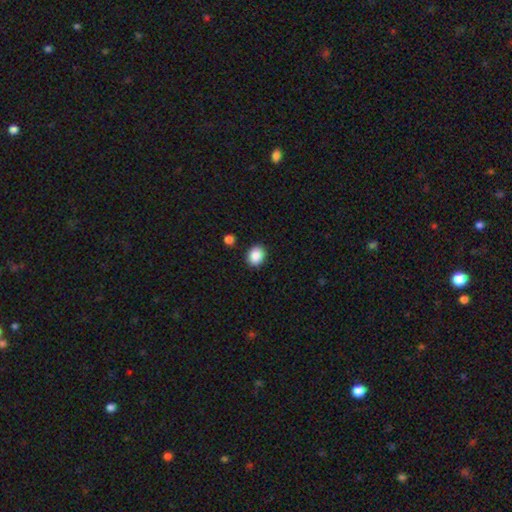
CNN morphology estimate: A smooth galaxy with no disk features (88%) that is round (56%).

Vote fractions:
- Smooth or featured? smooth: 88% / star or artifact: 8% / featured or disk: 3%
- How rounded? round: 56% / in between: 43% / cigar-shaped: 1%
- Merging? none: 89% / minor disturbance: 7% / major disturbance: 2% / merger: 2%